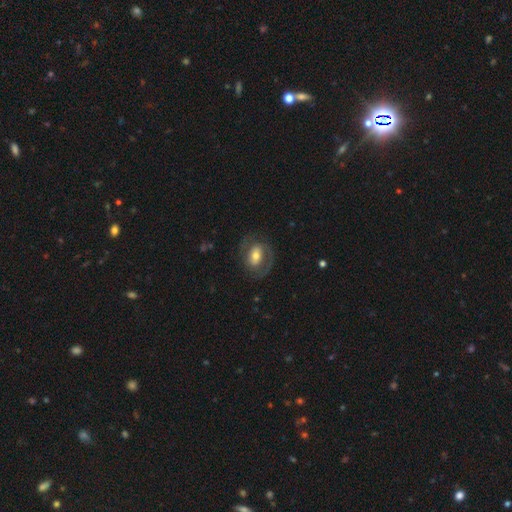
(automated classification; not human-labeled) This appears to be a featured or disk galaxy (60%) with no bar (41%), spiral arms (66%) and a moderate central bulge (58%). Merging: none (72%).